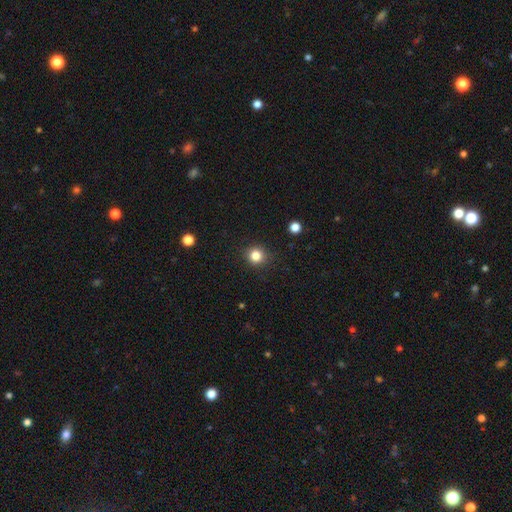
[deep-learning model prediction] smooth-or-featured: smooth: 83% | star or artifact: 13% | featured or disk: 5%
  how-rounded: round: 90% | in between: 9% | cigar-shaped: 1%
  merging: none: 89% | minor disturbance: 7% | major disturbance: 2% | merger: 1%